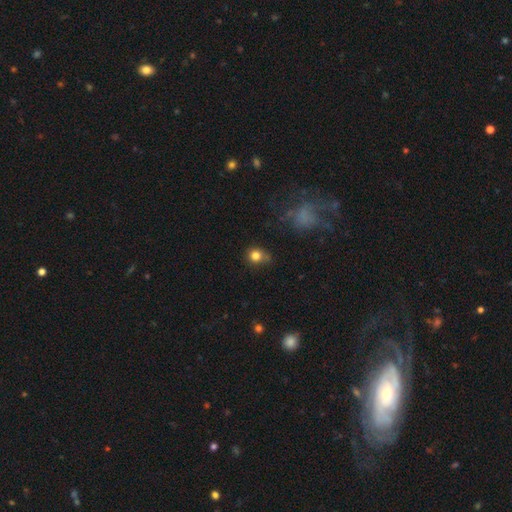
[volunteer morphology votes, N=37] A smooth galaxy with no disk features (84%) that is round (81%).

Vote fractions:
- Smooth or featured? smooth: 84% / featured or disk: 8% / star or artifact: 8%
- How rounded? round: 81% / in between: 19% / cigar-shaped: 0%
- Merging? none: 62% / minor disturbance: 21% / major disturbance: 9% / merger: 9%